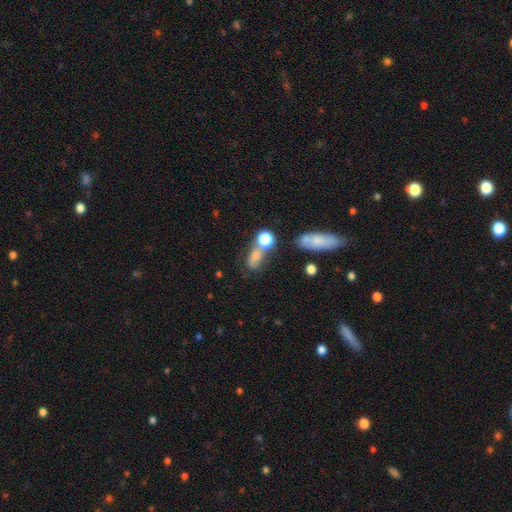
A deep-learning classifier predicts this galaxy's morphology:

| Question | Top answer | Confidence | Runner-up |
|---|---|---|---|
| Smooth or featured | smooth | 65% | star or artifact (19%) |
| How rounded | in between | 60% | round (32%) |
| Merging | none | 38% | merger (34%) |